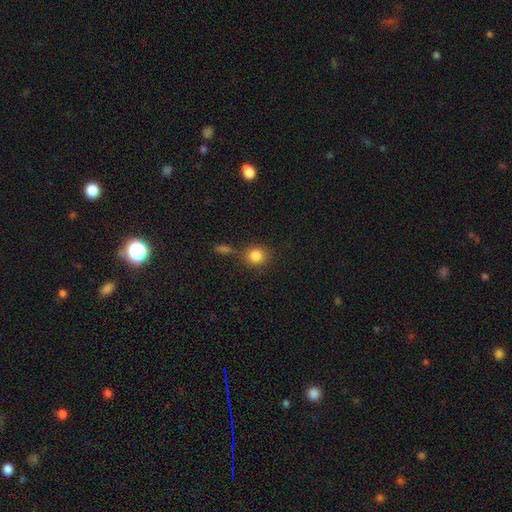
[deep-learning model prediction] Q: Smooth or featured?
A: smooth (84%); runner-up: star or artifact (10%)
Q: How rounded?
A: round (87%); runner-up: in between (12%)
Q: Merging?
A: none (72%); runner-up: merger (12%)